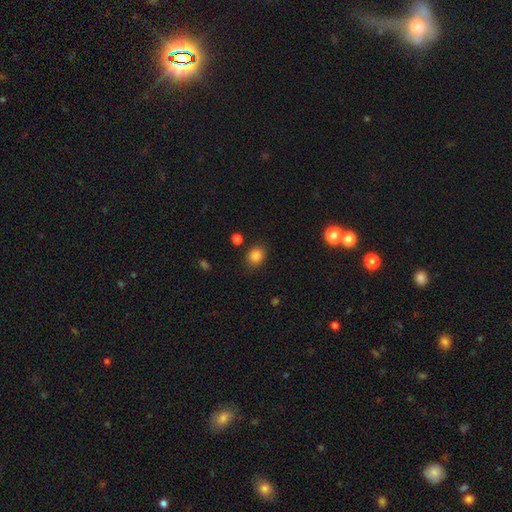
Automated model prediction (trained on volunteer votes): Morphology: type=smooth (84%); roundness=round (58%); merging=none (84%).